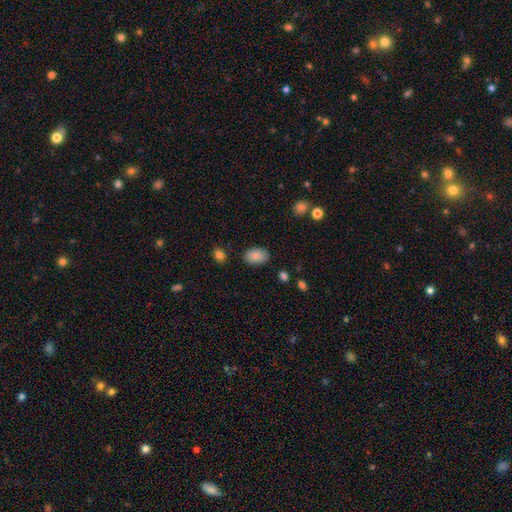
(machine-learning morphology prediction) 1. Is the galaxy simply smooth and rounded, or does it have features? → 87% smooth, 7% star or artifact, 6% featured or disk.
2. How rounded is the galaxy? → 91% in between, 8% round, 1% cigar-shaped.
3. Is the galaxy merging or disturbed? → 84% none, 11% minor disturbance, 3% major disturbance, 2% merger.